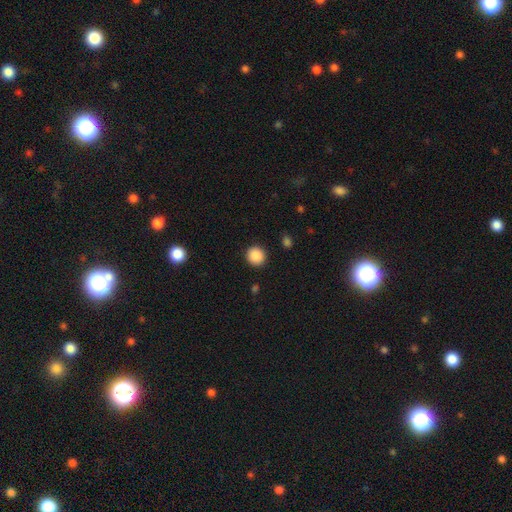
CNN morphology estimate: Smooth or featured? Predicted: smooth (p=0.88). How rounded? Predicted: round (p=0.91). Merging? Predicted: none (p=0.91).